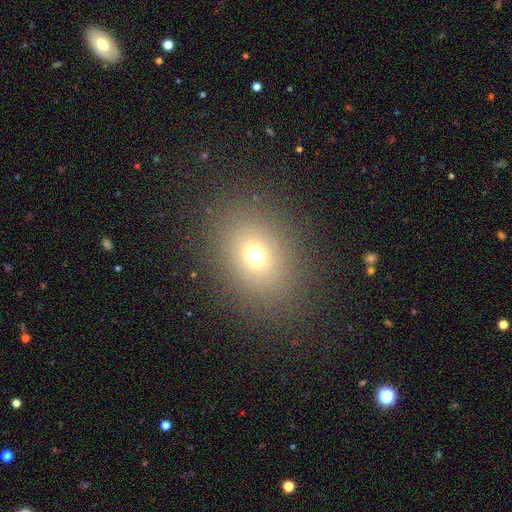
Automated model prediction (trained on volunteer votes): Morphology: type=smooth (68%); roundness=round (53%); merging=none (83%).